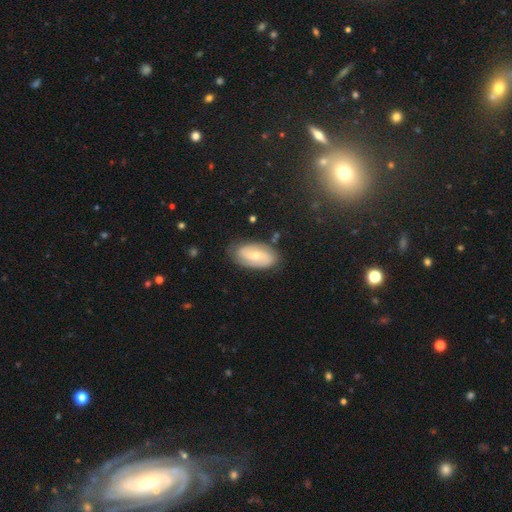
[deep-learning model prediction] Smooth or featured: featured or disk — 62% (smooth — 31%)
Edge-on disk: no — 94% (yes — 6%)
Bar: no — 47% (weak — 39%)
Spiral arms: yes — 84% (no — 16%)
Bulge size: small — 49% (moderate — 47%)
Merging: none — 79% (minor disturbance — 15%)